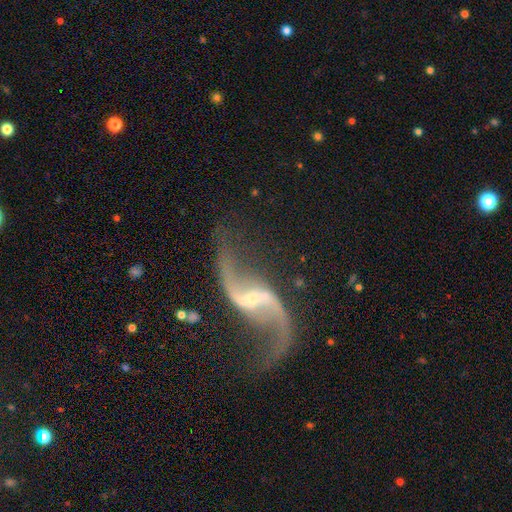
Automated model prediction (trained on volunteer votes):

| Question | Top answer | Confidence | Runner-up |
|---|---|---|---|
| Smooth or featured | featured or disk | 92% | star or artifact (5%) |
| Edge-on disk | no | 96% | yes (4%) |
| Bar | weak | 47% | strong (28%) |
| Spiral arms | yes | 97% | no (3%) |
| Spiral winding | loose | 90% | medium (7%) |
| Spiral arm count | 2 | 94% | 1 (1%) |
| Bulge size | small | 70% | moderate (15%) |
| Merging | none | 76% | minor disturbance (13%) |